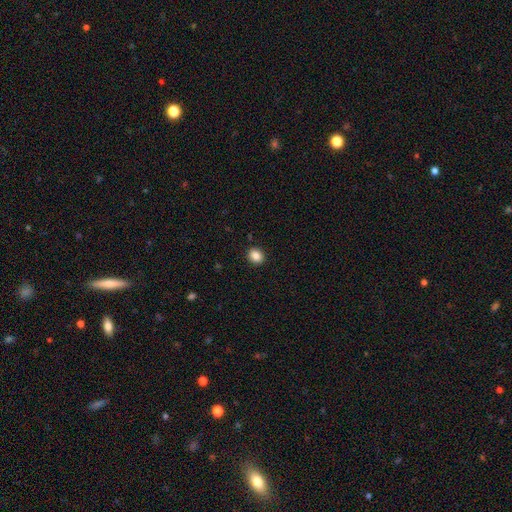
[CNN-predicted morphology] smooth_or_featured: smooth (p=0.87) [alt: star or artifact p=0.10]
how_rounded: round (p=0.67) [alt: in between p=0.32]
merging: none (p=0.91) [alt: minor disturbance p=0.06]